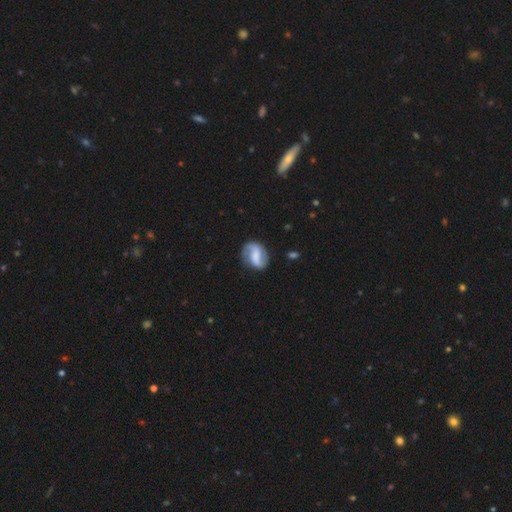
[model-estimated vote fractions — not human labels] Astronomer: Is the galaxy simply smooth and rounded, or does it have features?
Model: featured or disk — 75%.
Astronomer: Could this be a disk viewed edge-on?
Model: no — 98%.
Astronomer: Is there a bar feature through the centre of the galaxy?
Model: weak — 42% (runner-up: strong, 33%).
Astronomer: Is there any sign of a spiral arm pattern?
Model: yes — 94%.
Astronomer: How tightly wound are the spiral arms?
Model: loose — 43% (runner-up: medium, 39%).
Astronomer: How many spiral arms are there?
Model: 2 — 89%.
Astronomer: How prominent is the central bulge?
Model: none — 40% (runner-up: moderate, 21%).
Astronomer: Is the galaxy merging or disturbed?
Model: none — 77%.